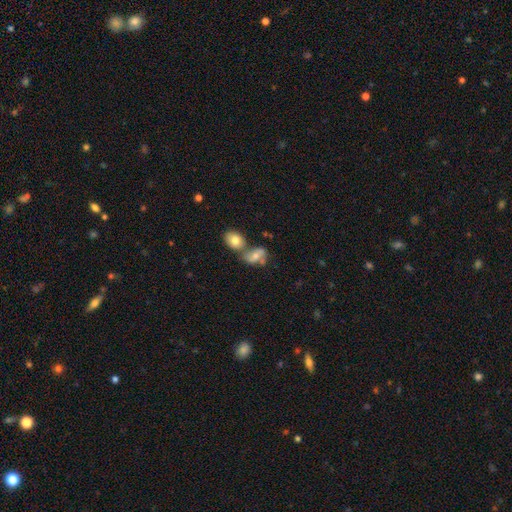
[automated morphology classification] smooth_or_featured: smooth (p=0.53) [alt: featured or disk p=0.36]
how_rounded: in between (p=0.77) [alt: round p=0.20]
merging: merger (p=0.47) [alt: none p=0.32]